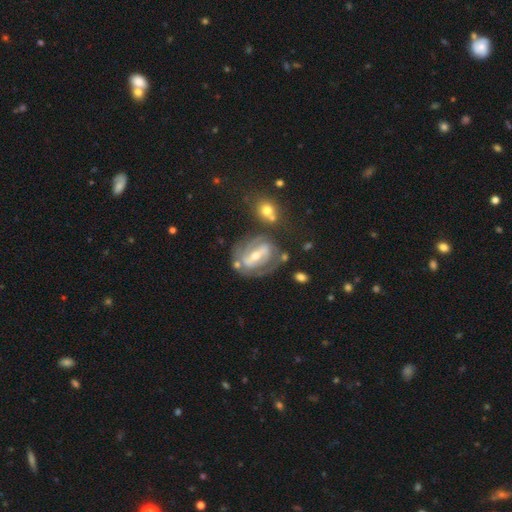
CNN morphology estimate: type=featured or disk (83%); edge-on=no (95%); bar=strong (62%); spiral arms=yes (84%); winding=tight (58%); arm count=2 (62%); bulge=moderate (55%); merging=none (64%).